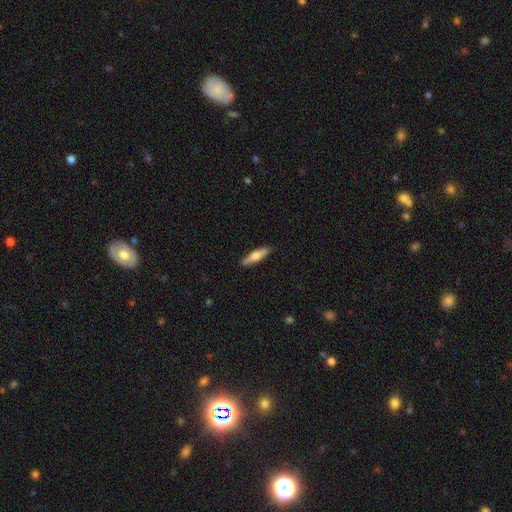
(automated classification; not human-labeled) smooth 51%, featured or disk 43%, star or artifact 5%. Down the decision tree: how rounded — cigar-shaped (78%); merging — none (90%).